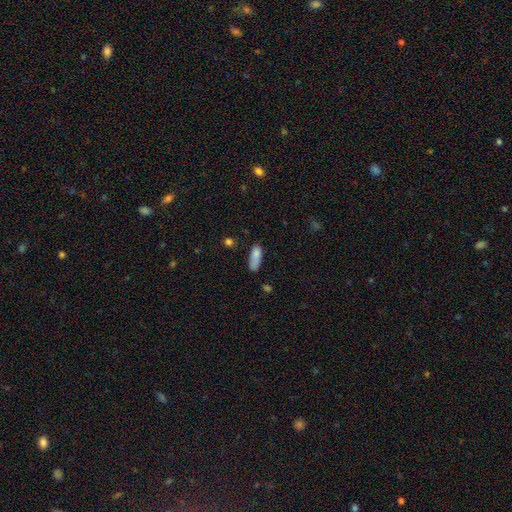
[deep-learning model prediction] The model was most divided on "merging": none: 50%, minor disturbance: 31%, major disturbance: 11%, merger: 8%. More confident: smooth or featured — smooth (81%); how rounded — in between (67%).